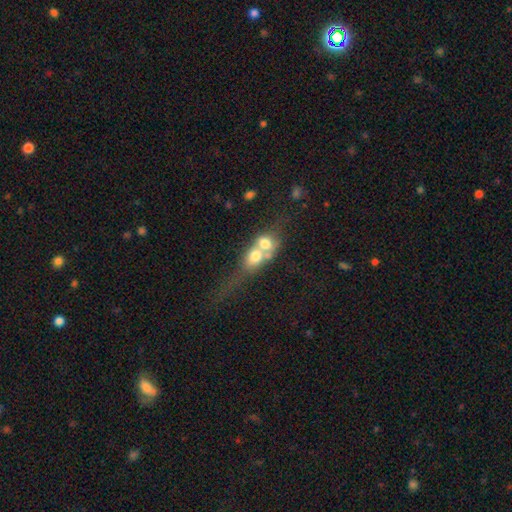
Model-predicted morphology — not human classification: smooth 58%, featured or disk 32%, star or artifact 10%. Down the decision tree: how rounded — in between (46%); merging — merger (77%).